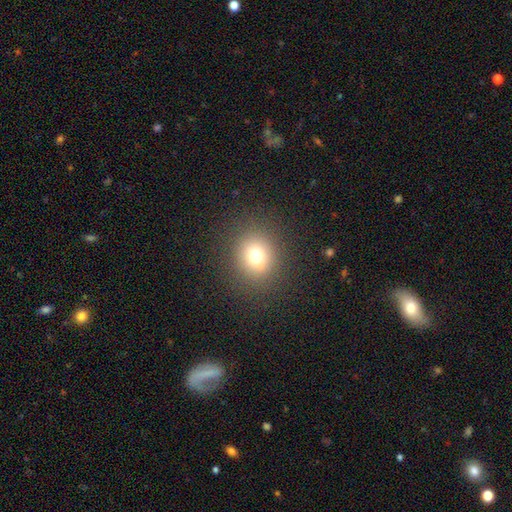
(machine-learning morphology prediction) type=smooth (70%); roundness=round (81%); merging=none (82%).